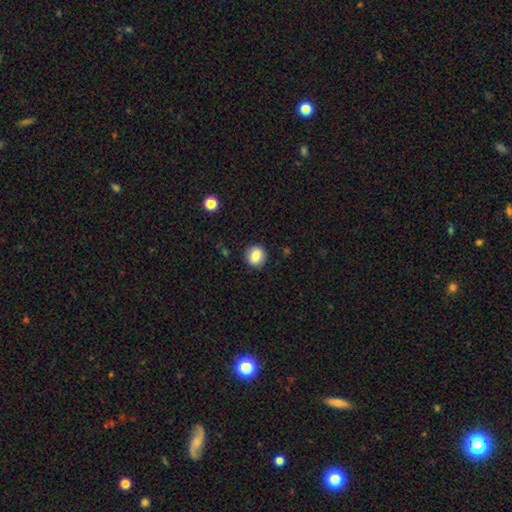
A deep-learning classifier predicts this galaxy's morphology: smooth 83%, star or artifact 9%, featured or disk 8%. Down the decision tree: how rounded — round (84%); merging — none (89%).